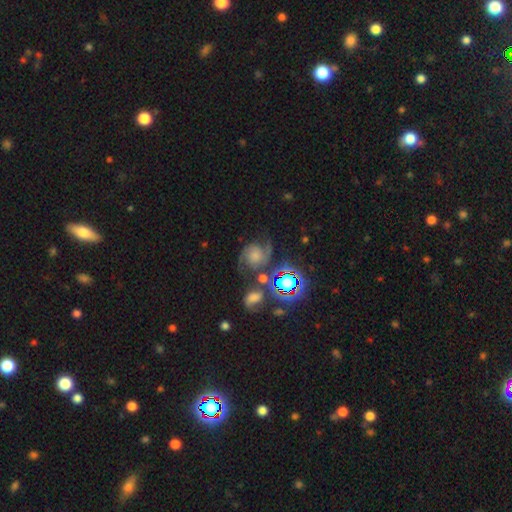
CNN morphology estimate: type=featured or disk (75%); edge-on=no (98%); bar=no (71%); spiral arms=yes (96%); winding=medium (49%); arm count=2 (86%); bulge=moderate (31%); merging=none (55%).